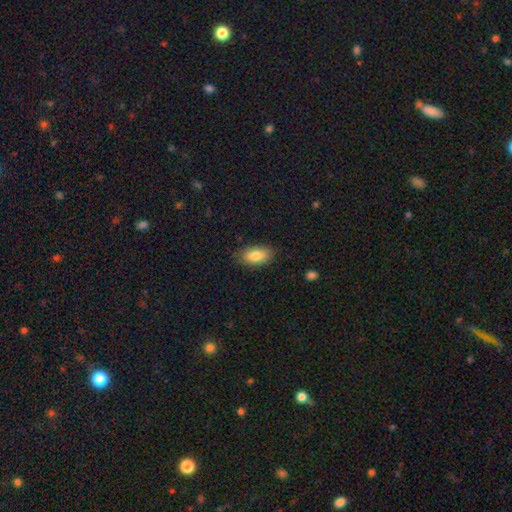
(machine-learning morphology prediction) smooth 82%, featured or disk 11%, star or artifact 7%. Down the decision tree: how rounded — in between (91%); merging — none (83%).